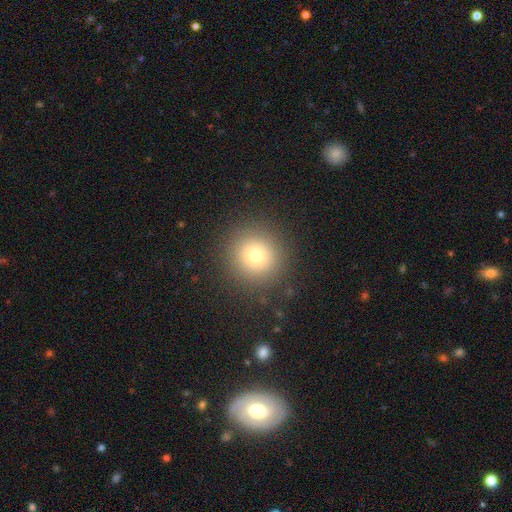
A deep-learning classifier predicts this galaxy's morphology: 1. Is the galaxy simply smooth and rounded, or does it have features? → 75% smooth, 15% star or artifact, 10% featured or disk.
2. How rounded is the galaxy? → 95% round, 4% in between, 1% cigar-shaped.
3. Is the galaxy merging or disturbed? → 90% none, 6% minor disturbance, 3% major disturbance, 1% merger.